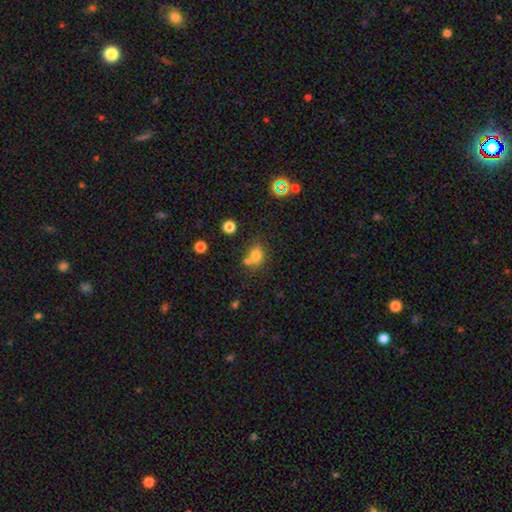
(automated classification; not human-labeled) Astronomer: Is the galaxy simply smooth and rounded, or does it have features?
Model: smooth — 76%.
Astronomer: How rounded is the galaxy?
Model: round — 56% (runner-up: in between, 43%).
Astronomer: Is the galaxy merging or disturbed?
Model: none — 54% (runner-up: merger, 29%).